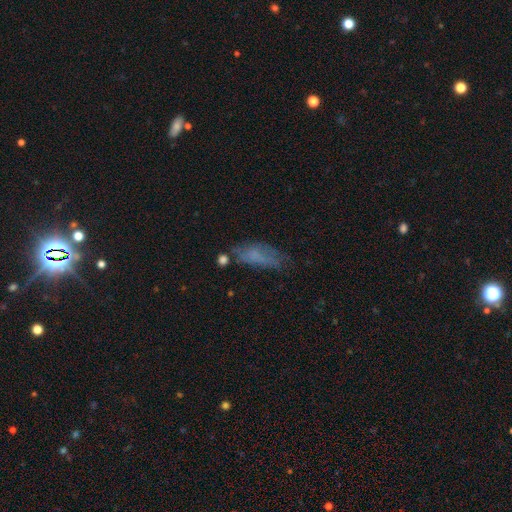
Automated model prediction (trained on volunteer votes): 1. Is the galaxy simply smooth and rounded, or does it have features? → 58% smooth, 26% featured or disk, 16% star or artifact.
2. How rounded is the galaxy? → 63% in between, 33% cigar-shaped, 3% round.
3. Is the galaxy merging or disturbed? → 52% none, 27% minor disturbance, 15% major disturbance, 6% merger.